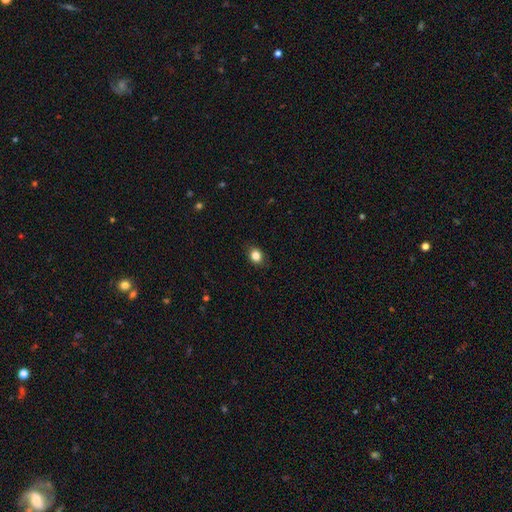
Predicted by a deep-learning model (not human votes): Morphology: type=smooth (84%); roundness=round (55%); merging=none (87%).